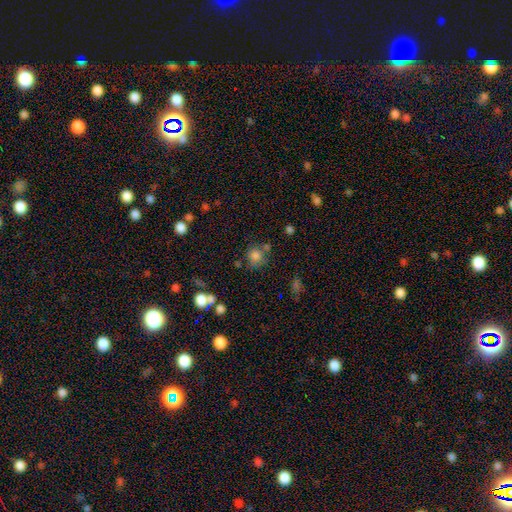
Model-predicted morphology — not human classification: This appears to be a smooth galaxy with no disk features (79%) that is round (85%). Merging: none (65%).